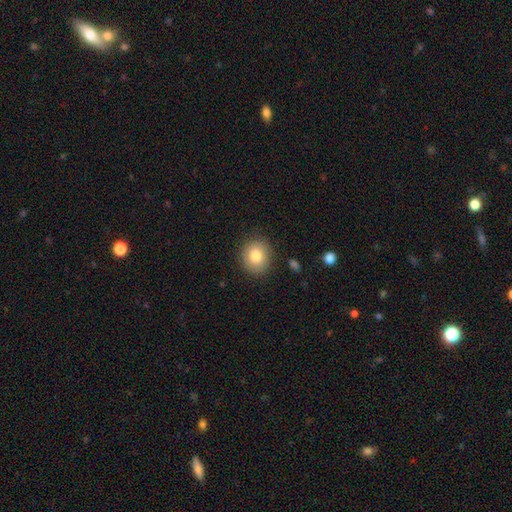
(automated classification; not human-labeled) Smooth or featured? Predicted: smooth (p=0.81). How rounded? Predicted: round (p=0.78). Merging? Predicted: none (p=0.87).